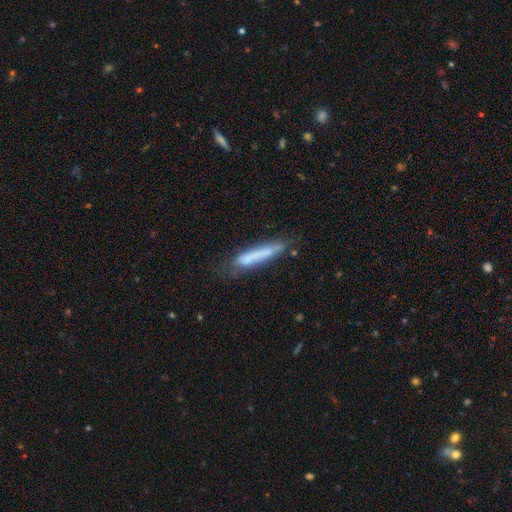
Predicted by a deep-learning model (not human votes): The model was most divided on "smooth or featured": smooth: 62%, featured or disk: 30%, star or artifact: 8%. More confident: how rounded — cigar-shaped (92%); merging — none (60%).